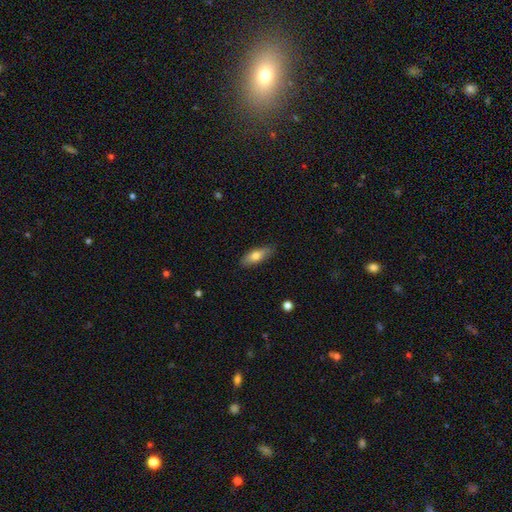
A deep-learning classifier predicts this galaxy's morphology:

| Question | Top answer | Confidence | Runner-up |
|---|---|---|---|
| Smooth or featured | smooth | 71% | featured or disk (23%) |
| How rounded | in between | 70% | cigar-shaped (27%) |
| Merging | none | 84% | minor disturbance (13%) |